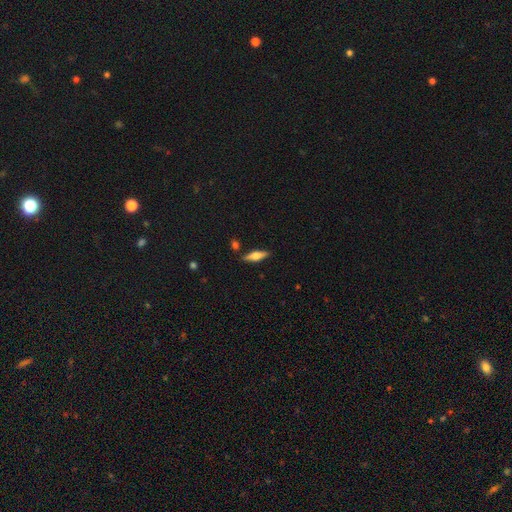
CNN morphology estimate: This appears to be a featured or disk galaxy (50%). Merging: none (85%).